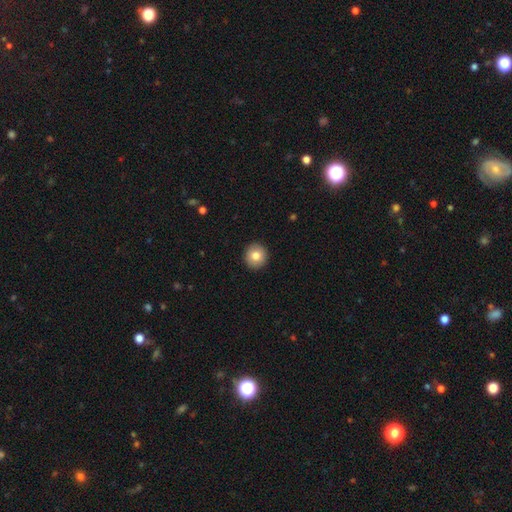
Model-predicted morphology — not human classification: The model was most divided on "smooth or featured": smooth: 82%, featured or disk: 10%, star or artifact: 8%. More confident: merging — none (93%); how rounded — round (93%).